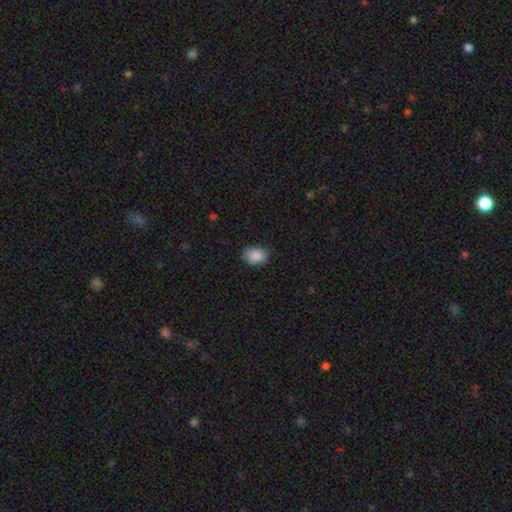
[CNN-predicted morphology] smooth-or-featured: smooth: 89% | star or artifact: 8% | featured or disk: 4%
  how-rounded: in between: 69% | round: 30% | cigar-shaped: 1%
  merging: none: 81% | minor disturbance: 15% | major disturbance: 3% | merger: 1%